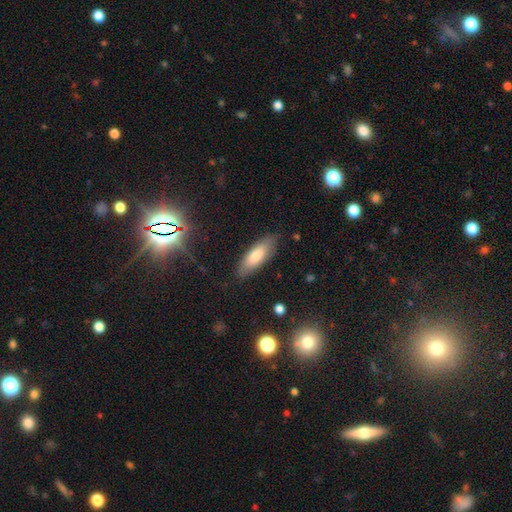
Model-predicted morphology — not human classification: Q: Smooth or featured?
A: smooth (75%); runner-up: featured or disk (18%)
Q: How rounded?
A: in between (62%); runner-up: cigar-shaped (36%)
Q: Merging?
A: none (83%); runner-up: minor disturbance (13%)